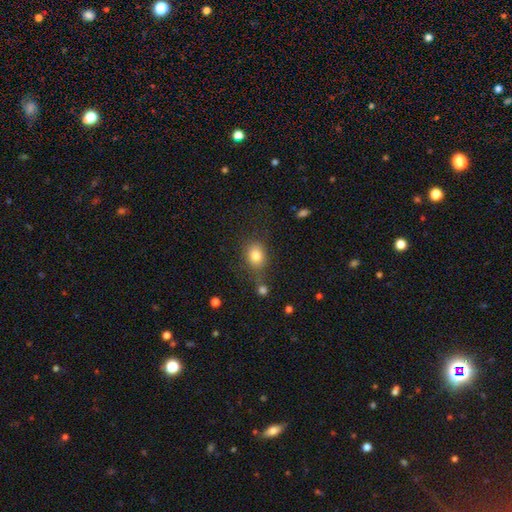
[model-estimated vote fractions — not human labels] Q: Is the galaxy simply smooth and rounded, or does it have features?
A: smooth — 81%.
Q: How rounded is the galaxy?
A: round — 52%.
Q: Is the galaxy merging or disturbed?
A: none — 67%.